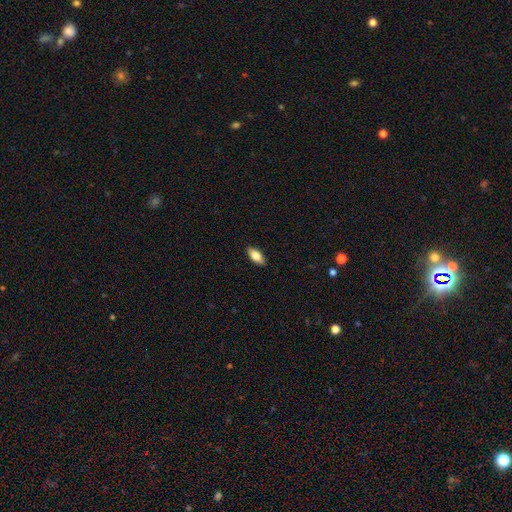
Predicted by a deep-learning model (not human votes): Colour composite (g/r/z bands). It shows a smooth galaxy with no disk features (78%) that is in between round and cigar-shaped (87%). Merging: none (90%).